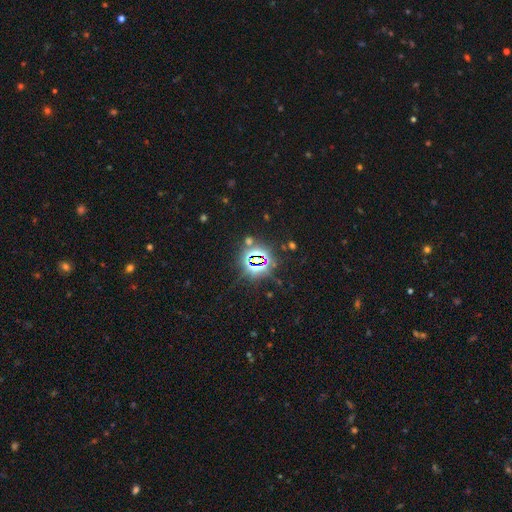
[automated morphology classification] Smooth or featured? star or artifact (82%)